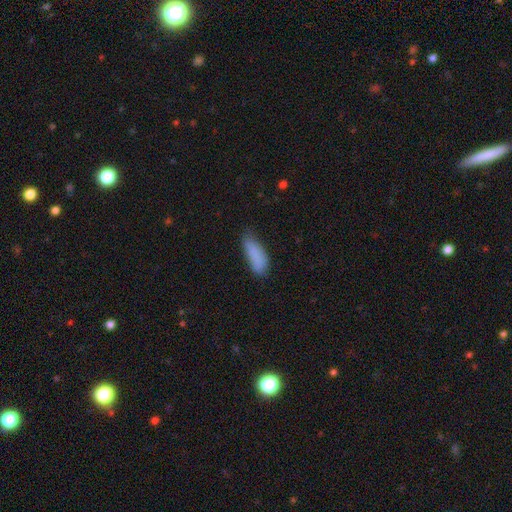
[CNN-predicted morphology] This appears to be a smooth galaxy with no disk features (85%) that is in between round and cigar-shaped (62%). Merging: none (57%).